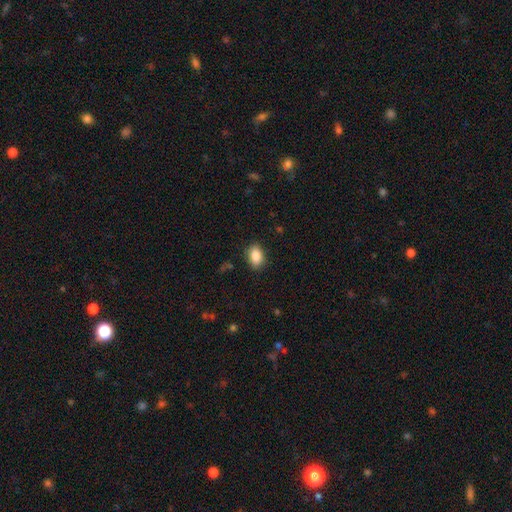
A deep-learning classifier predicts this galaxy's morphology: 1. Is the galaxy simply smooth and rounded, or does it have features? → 87% smooth, 8% star or artifact, 5% featured or disk.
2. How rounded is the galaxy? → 85% in between, 13% round, 2% cigar-shaped.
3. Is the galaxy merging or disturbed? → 85% none, 11% minor disturbance, 3% major disturbance, 1% merger.